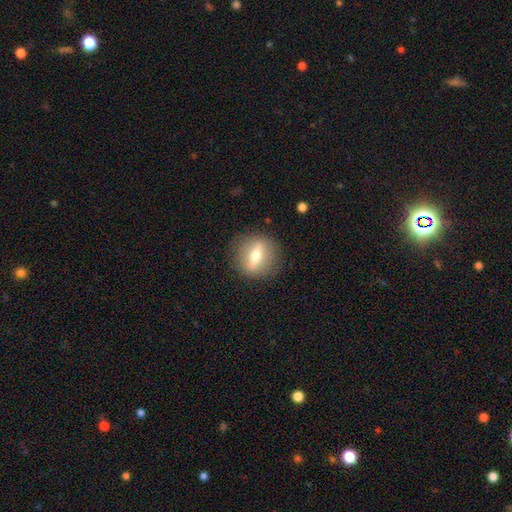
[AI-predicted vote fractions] Smooth or featured? Predicted: featured or disk (p=0.53). Edge-on disk? Predicted: no (p=0.52). Merging? Predicted: none (p=0.87).